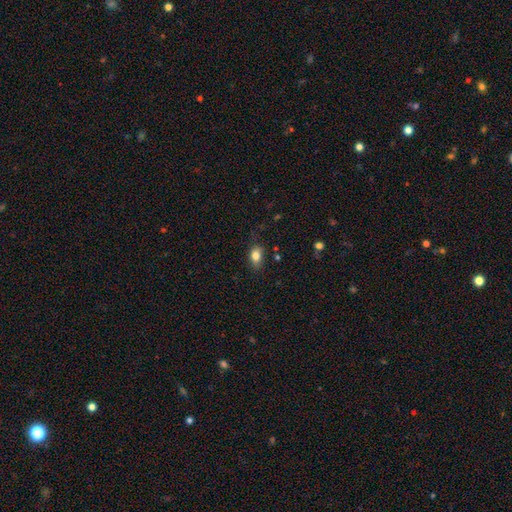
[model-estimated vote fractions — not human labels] Q: Smooth or featured?
A: smooth (82%); runner-up: star or artifact (10%)
Q: How rounded?
A: in between (78%); runner-up: round (20%)
Q: Merging?
A: none (76%); runner-up: minor disturbance (19%)